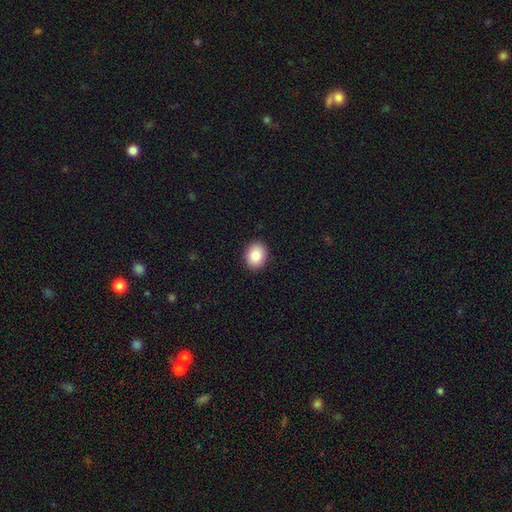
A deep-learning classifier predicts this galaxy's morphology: smooth 85%, star or artifact 8%, featured or disk 7%. Down the decision tree: how rounded — in between (51%); merging — none (91%).